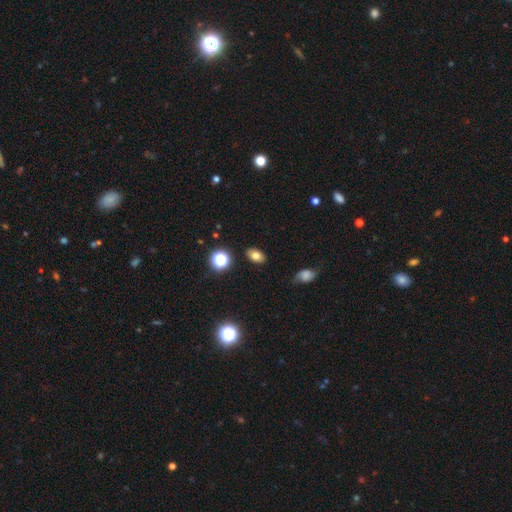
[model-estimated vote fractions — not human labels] Overall: smooth (75%). How rounded: in between (86%). Merging: none (86%).